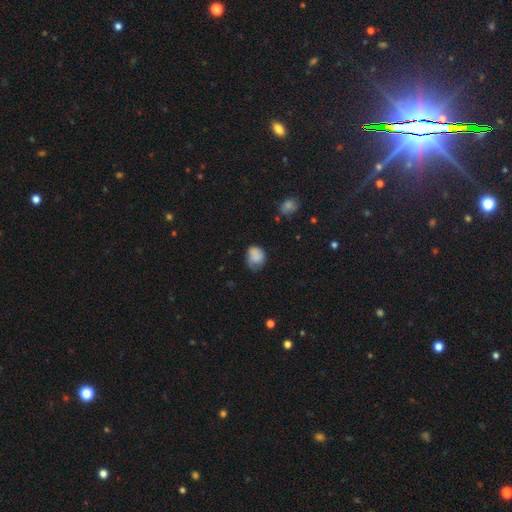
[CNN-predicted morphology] smooth 77%, featured or disk 14%, star or artifact 9%. Down the decision tree: how rounded — round (58%); merging — none (52%).